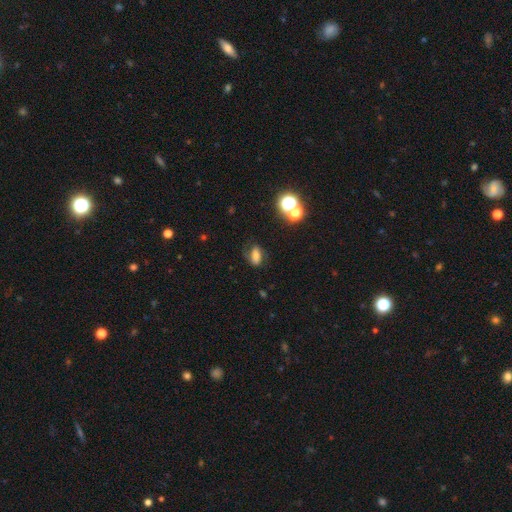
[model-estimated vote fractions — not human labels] Morphology: type=smooth (58%); roundness=in between (77%); merging=none (67%).